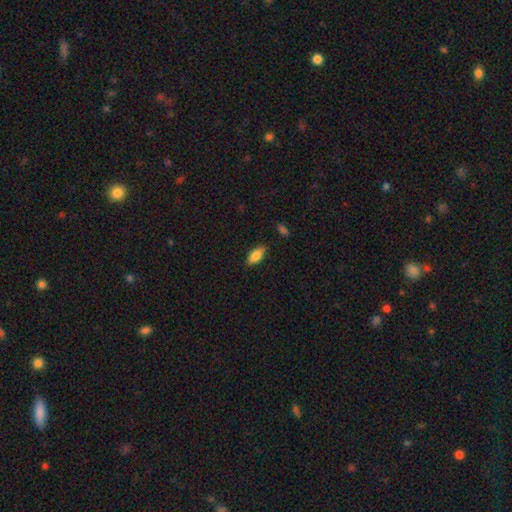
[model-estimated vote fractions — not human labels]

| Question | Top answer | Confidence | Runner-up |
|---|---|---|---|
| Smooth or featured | smooth | 83% | featured or disk (10%) |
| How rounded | in between | 86% | cigar-shaped (12%) |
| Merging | none | 84% | minor disturbance (12%) |